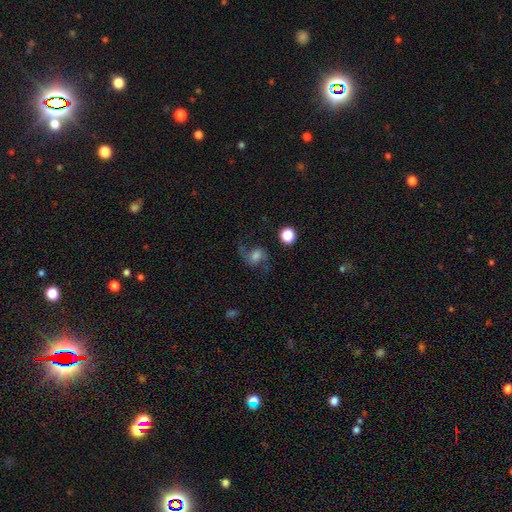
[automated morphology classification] This appears to be a featured or disk galaxy (50%). Merging: none (58%).